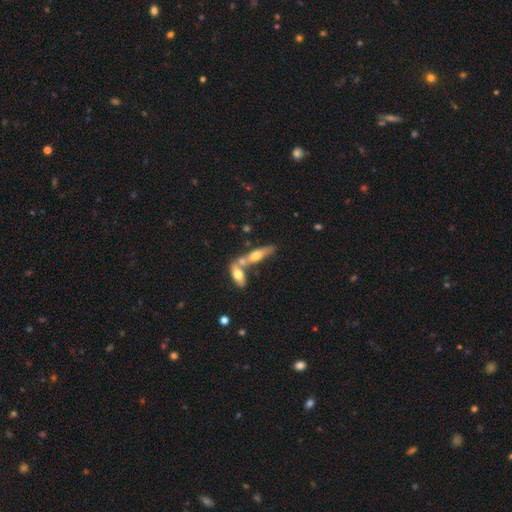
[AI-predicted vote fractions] This is possibly a smooth galaxy (48%). Merging: possibly merger (48%).